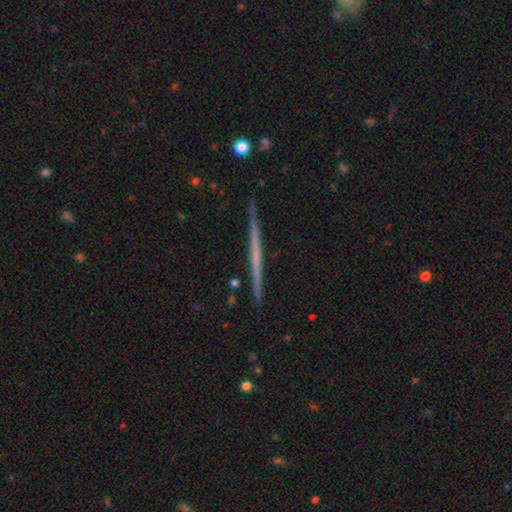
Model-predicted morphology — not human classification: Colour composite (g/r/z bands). It shows a featured or disk galaxy (61%) viewed edge-on (98%) with no central bulge (91%). Merging: none (92%).